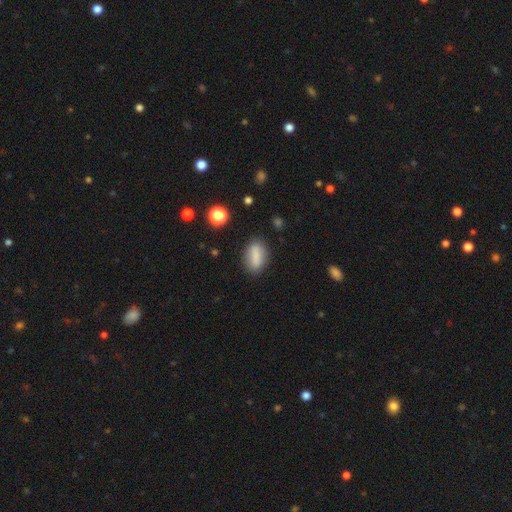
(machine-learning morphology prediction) This is clearly a smooth galaxy (80%). How rounded: likely in between (80%). Merging: clearly none (80%).